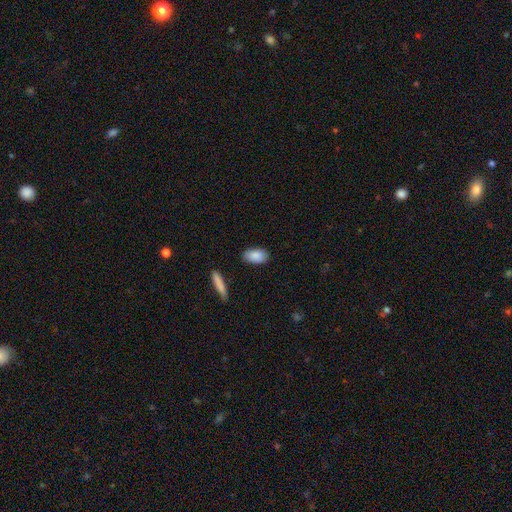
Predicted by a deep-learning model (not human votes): Overall: smooth (88%). How rounded: in between (92%). Merging: none (84%).